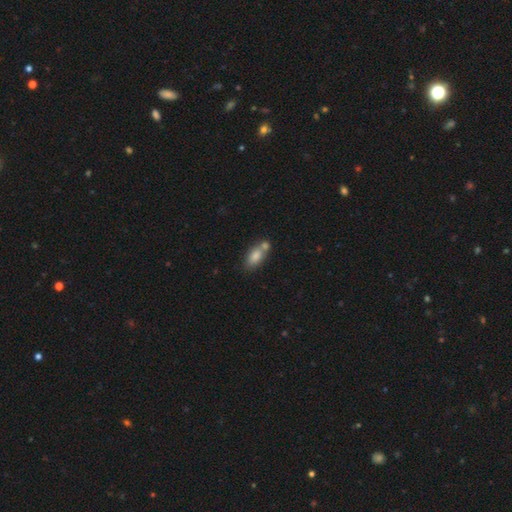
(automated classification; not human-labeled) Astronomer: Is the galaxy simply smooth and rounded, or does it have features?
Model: smooth — 79%.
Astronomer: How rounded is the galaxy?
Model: in between — 85%.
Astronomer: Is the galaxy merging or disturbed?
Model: merger — 42% (runner-up: none, 41%).